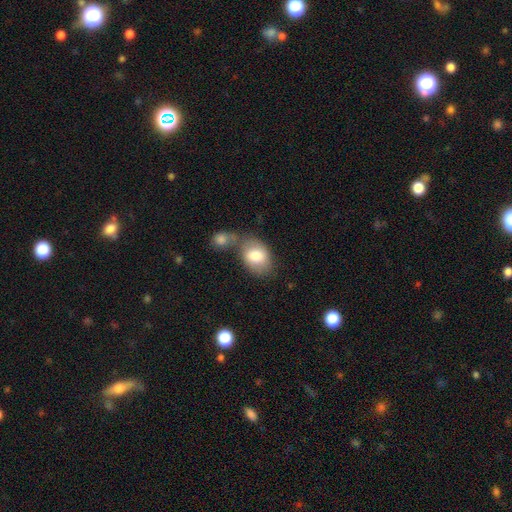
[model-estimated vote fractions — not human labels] This appears to be a smooth galaxy with no disk features (78%) that is in between round and cigar-shaped (76%). Merging: merger (40%).